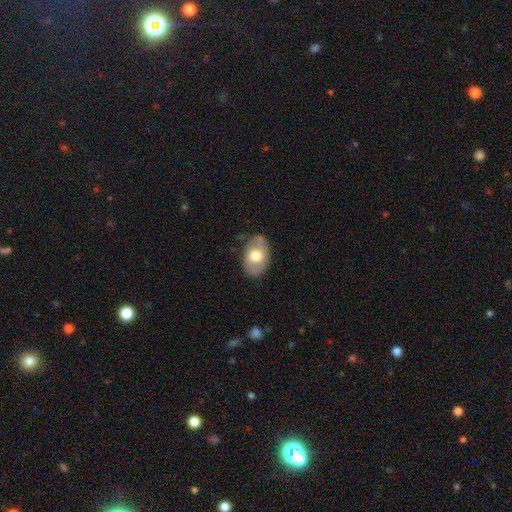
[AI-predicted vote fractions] smooth 54%, featured or disk 40%, star or artifact 6%. Down the decision tree: how rounded — in between (84%); merging — none (80%).